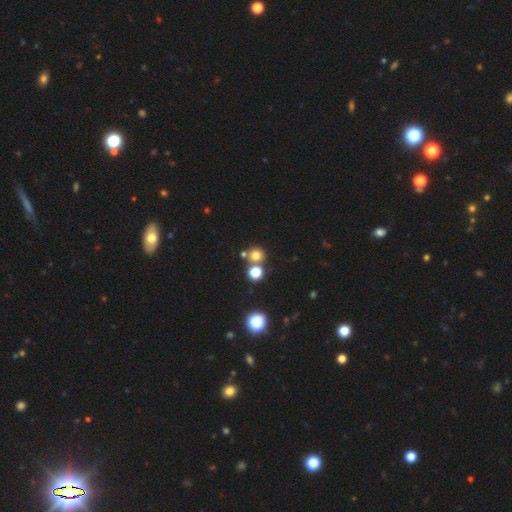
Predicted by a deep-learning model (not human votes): This is likely a smooth galaxy (72%). How rounded: clearly round (90%). Merging: likely none (69%).